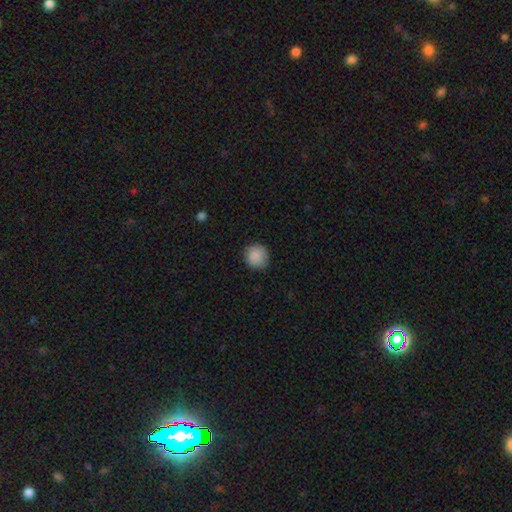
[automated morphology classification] This is clearly a smooth galaxy (88%). How rounded: clearly round (92%). Merging: clearly none (87%).